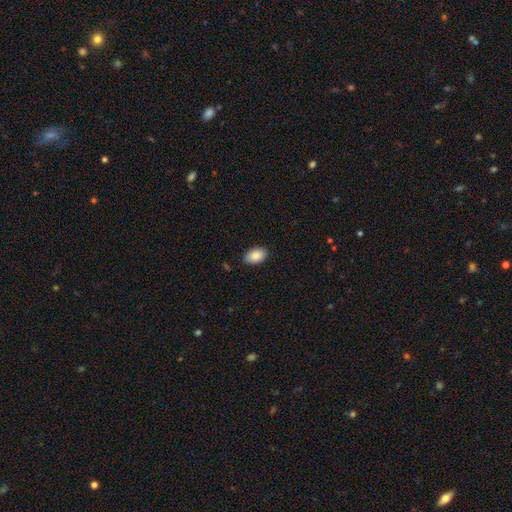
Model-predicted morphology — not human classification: smooth 86%, featured or disk 7%, star or artifact 7%. Down the decision tree: how rounded — in between (93%); merging — none (87%).